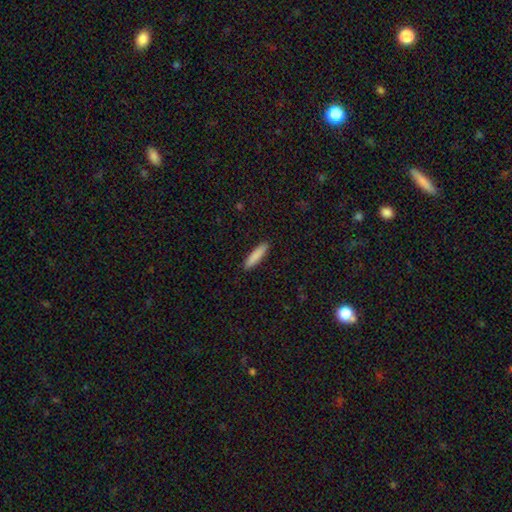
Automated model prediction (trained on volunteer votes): Overall: smooth (87%). How rounded: cigar-shaped (85%). Merging: none (92%).